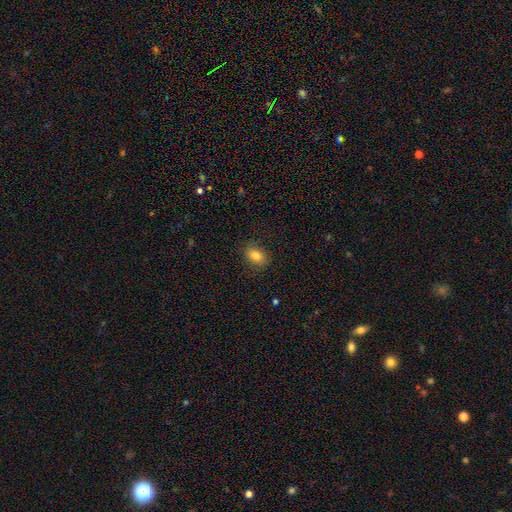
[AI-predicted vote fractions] The model was most divided on "how rounded": in between: 73%, round: 25%, cigar-shaped: 2%. More confident: merging — none (86%); smooth or featured — smooth (83%).